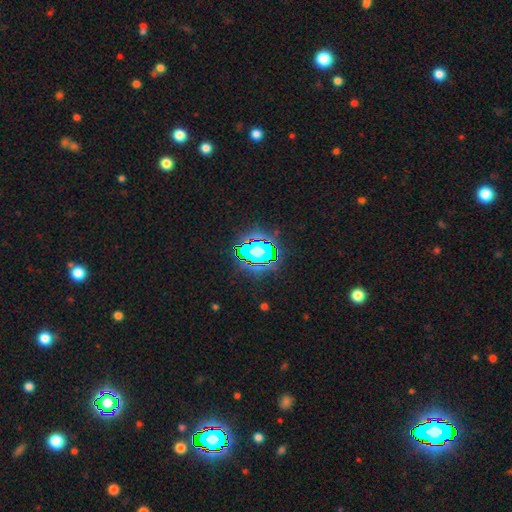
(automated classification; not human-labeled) smooth-or-featured: star or artifact: 62% | smooth: 23% | featured or disk: 15%